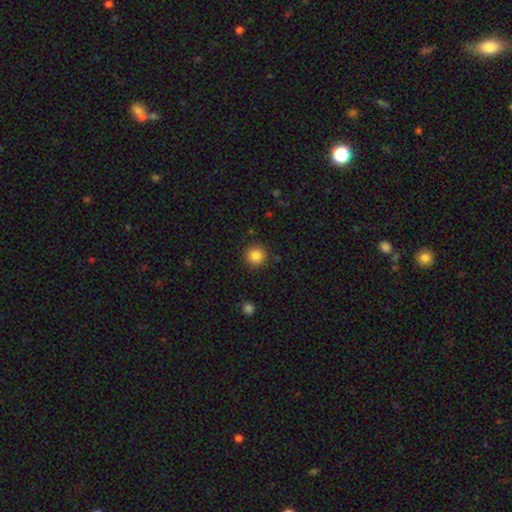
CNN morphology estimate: Smooth or featured?
  - smooth: 86% *
  - star or artifact: 10%
  - featured or disk: 4%
How rounded?
  - round: 95% *
  - in between: 4%
  - cigar-shaped: 1%
Merging?
  - none: 90% *
  - minor disturbance: 6%
  - major disturbance: 2%
  - merger: 1%